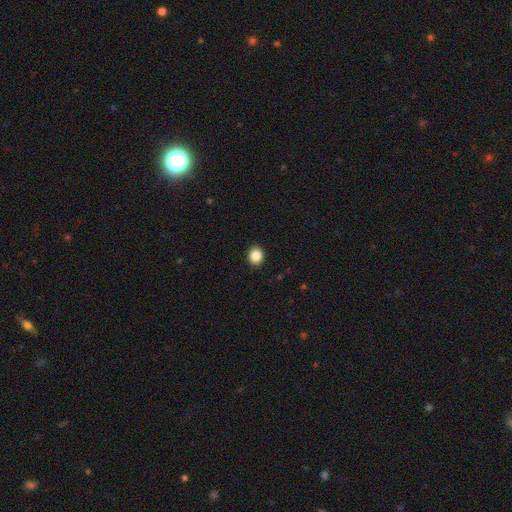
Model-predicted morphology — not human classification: smooth_or_featured: smooth (p=0.87) [alt: star or artifact p=0.10]
how_rounded: round (p=0.65) [alt: in between p=0.35]
merging: none (p=0.92) [alt: minor disturbance p=0.06]